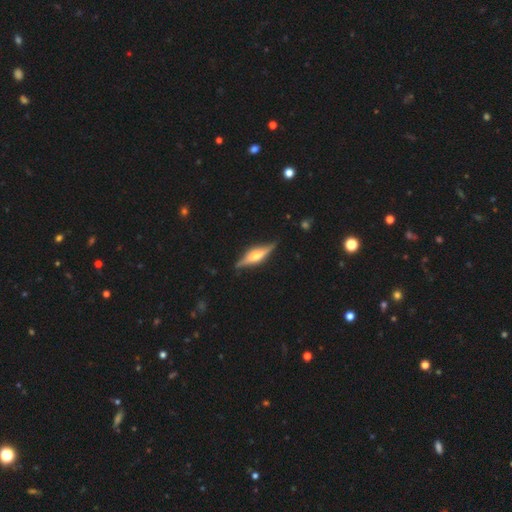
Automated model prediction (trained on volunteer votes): This is likely a featured or disk galaxy (74%). It is clearly viewed edge-on (95%). Edge-on bulge: clearly rounded (85%). Merging: clearly none (85%).